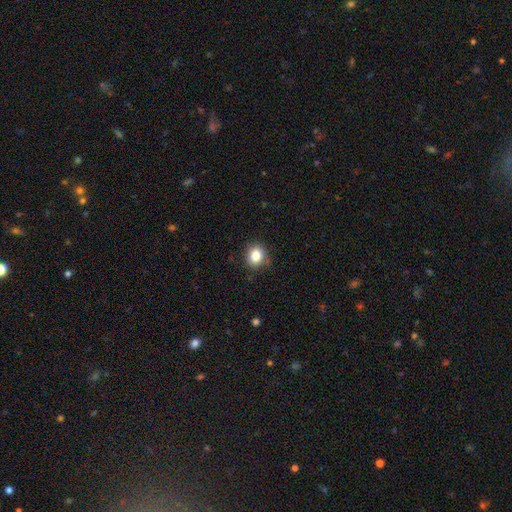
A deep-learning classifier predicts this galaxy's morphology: Smooth or featured?
  - smooth: 84% *
  - star or artifact: 11%
  - featured or disk: 6%
How rounded?
  - round: 72% *
  - in between: 27%
  - cigar-shaped: 1%
Merging?
  - none: 86% *
  - minor disturbance: 11%
  - major disturbance: 3%
  - merger: 1%